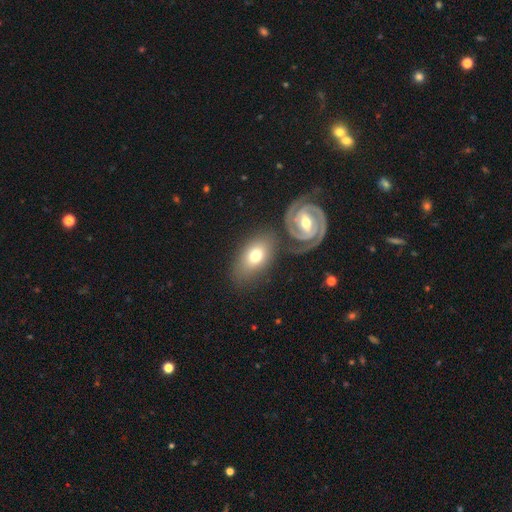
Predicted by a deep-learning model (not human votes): A smooth galaxy with no disk features (56%) that is in between round and cigar-shaped (83%).

Vote fractions:
- Smooth or featured? smooth: 56% / featured or disk: 37% / star or artifact: 7%
- How rounded? in between: 83% / round: 14% / cigar-shaped: 3%
- Merging? none: 64% / merger: 16% / minor disturbance: 15% / major disturbance: 5%